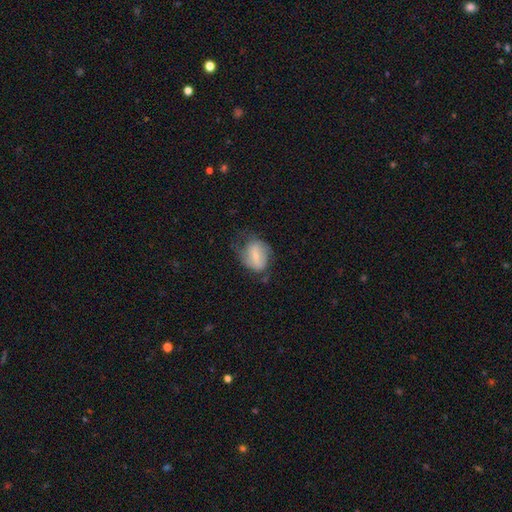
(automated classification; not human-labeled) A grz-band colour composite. It shows a smooth galaxy with no disk features (49%). Merging: none (45%).